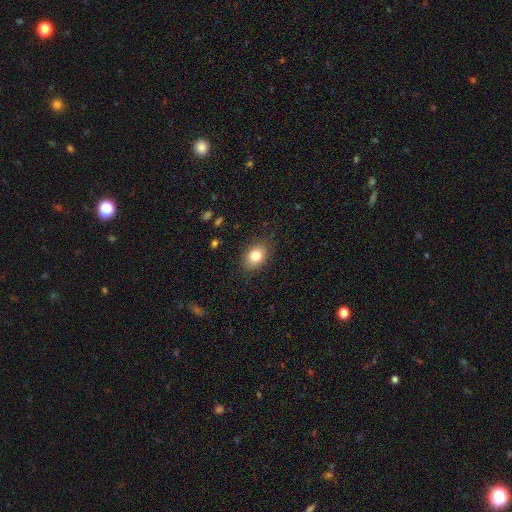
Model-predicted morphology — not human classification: Smooth or featured? smooth (81%)
How rounded? in between (64%)
Merging? none (86%)